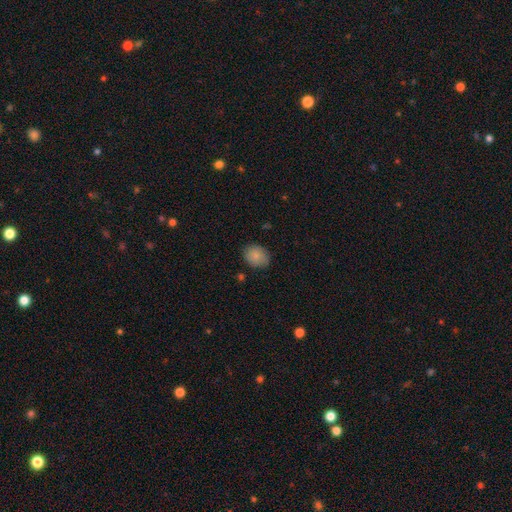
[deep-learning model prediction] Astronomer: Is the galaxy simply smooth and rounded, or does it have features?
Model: smooth — 86%.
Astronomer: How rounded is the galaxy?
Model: in between — 51% (runner-up: round, 49%).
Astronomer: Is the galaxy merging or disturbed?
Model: none — 83%.